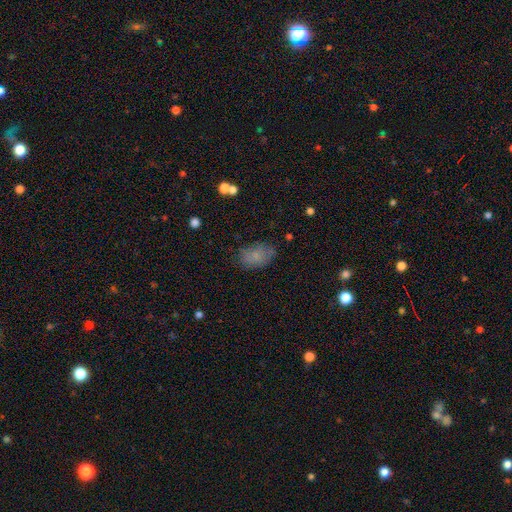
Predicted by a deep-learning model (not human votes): Smooth or featured: smooth — 75% (featured or disk — 14%)
How rounded: in between — 89% (round — 10%)
Merging: none — 70% (minor disturbance — 21%)